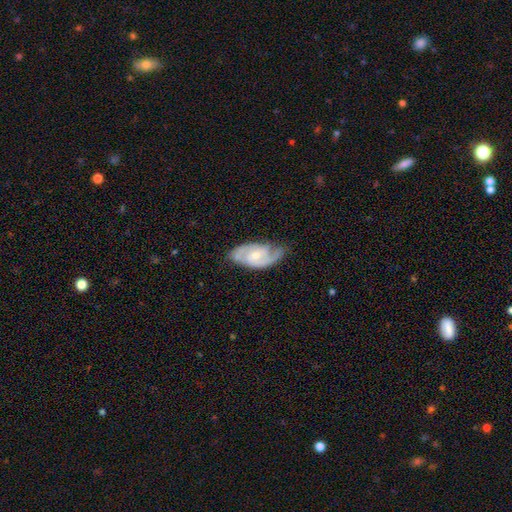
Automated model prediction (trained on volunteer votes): smooth-or-featured: featured or disk: 82% | smooth: 13% | star or artifact: 5%
  disk-edge-on: no: 95% | yes: 5%
    bar: no: 47% | weak: 43% | strong: 10%
    has-spiral-arms: yes: 95% | no: 5%
      spiral-winding: medium: 49% | tight: 37% | loose: 14%
      spiral-arm-count: 2: 78% | can't tell: 9% | 3: 6% | 1: 4% | 4: 1% | more than 4: 1%
    bulge-size: small: 51% | moderate: 43% | none: 3% | large: 2% | dominant: 1%
  merging: none: 70% | minor disturbance: 22% | major disturbance: 7% | merger: 1%